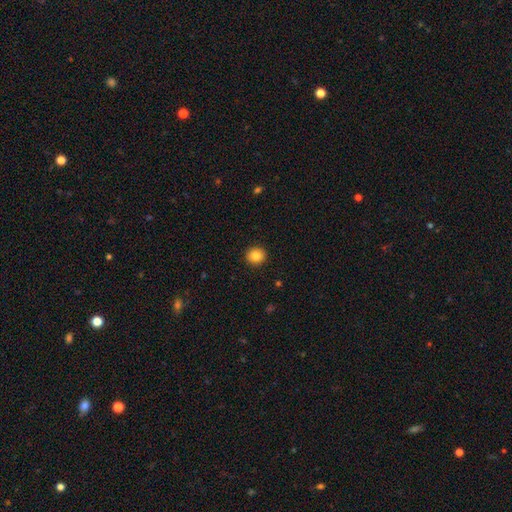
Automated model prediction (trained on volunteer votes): Overall: smooth (84%). How rounded: round (88%). Merging: none (92%).